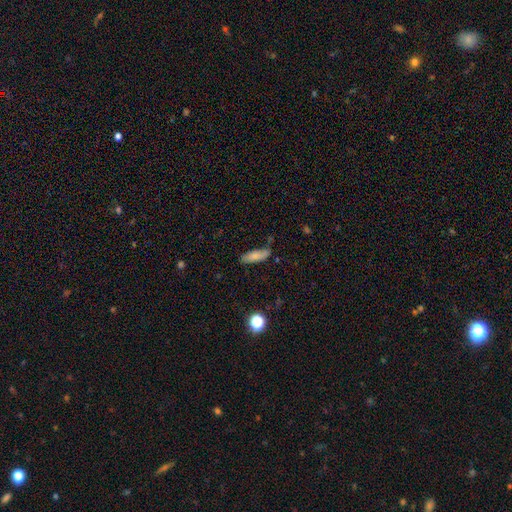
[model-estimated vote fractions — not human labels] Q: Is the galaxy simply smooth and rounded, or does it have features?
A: smooth — 78%.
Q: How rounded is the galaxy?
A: in between — 59%.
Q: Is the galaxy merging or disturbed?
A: none — 61%.